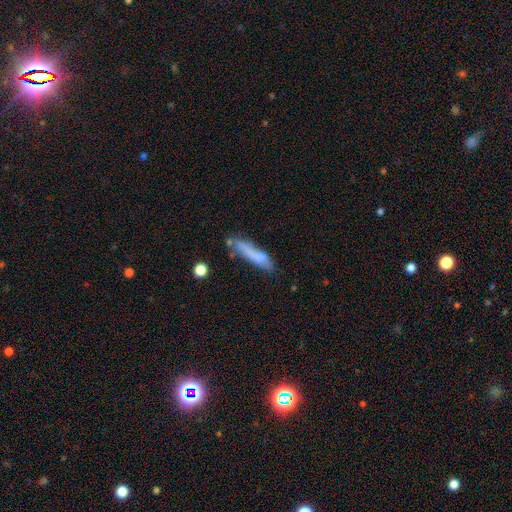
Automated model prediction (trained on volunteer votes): This appears to be a smooth galaxy with no disk features (68%) that is cigar-shaped (81%). Merging: none (52%).